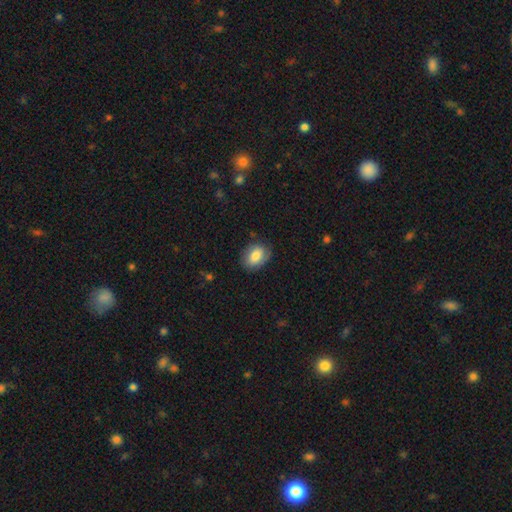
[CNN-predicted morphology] Smooth or featured? smooth (80%)
How rounded? in between (76%)
Merging? none (79%)